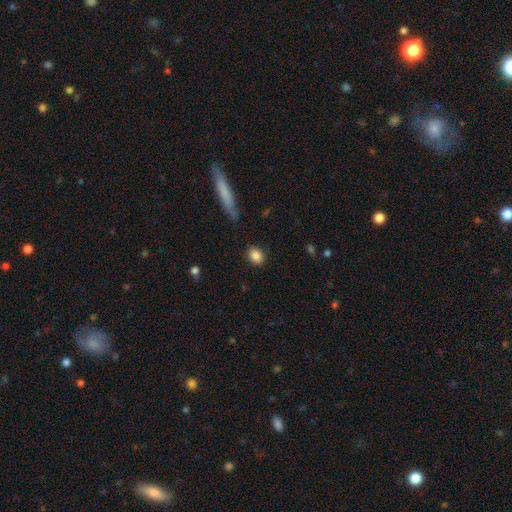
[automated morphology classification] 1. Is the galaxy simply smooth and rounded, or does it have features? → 86% smooth, 9% star or artifact, 5% featured or disk.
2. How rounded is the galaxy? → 54% round, 44% in between, 2% cigar-shaped.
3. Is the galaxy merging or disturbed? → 87% none, 9% minor disturbance, 3% major disturbance, 1% merger.